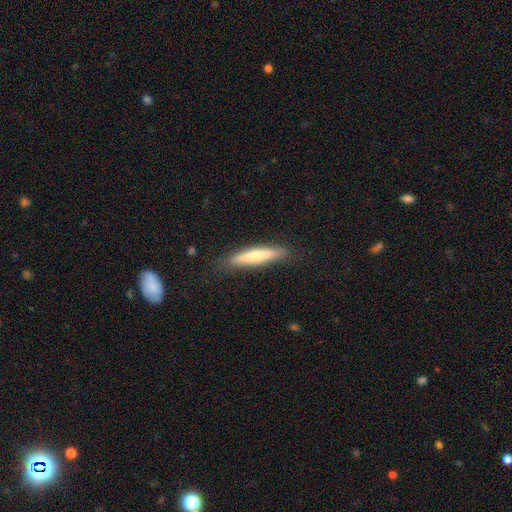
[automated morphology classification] Smooth or featured? Predicted: smooth (p=0.58). How rounded? Predicted: cigar-shaped (p=0.92). Merging? Predicted: none (p=0.80).